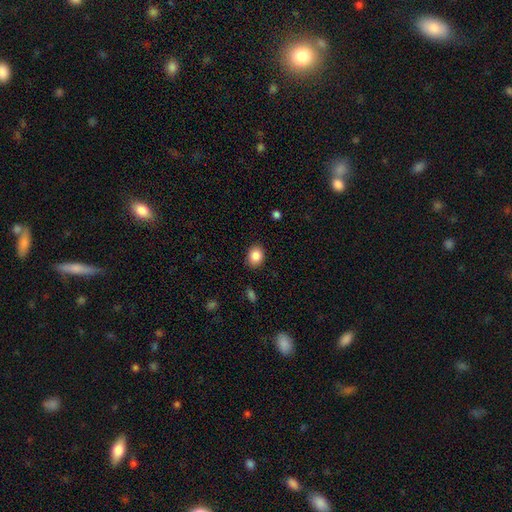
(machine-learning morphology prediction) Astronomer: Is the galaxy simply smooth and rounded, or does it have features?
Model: smooth — 87%.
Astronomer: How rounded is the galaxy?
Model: in between — 53% (runner-up: round, 46%).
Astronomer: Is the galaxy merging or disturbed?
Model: none — 87%.